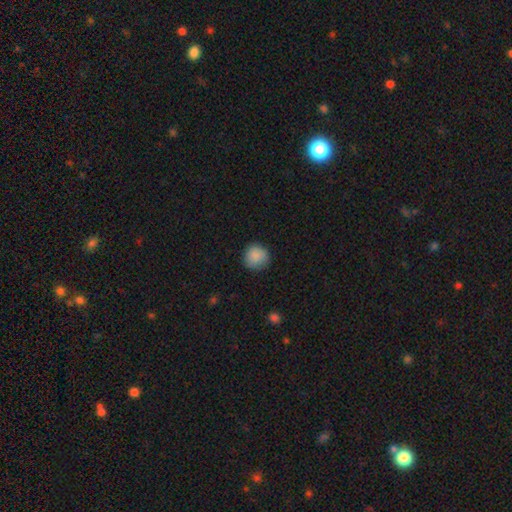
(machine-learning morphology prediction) type=smooth (87%); roundness=round (92%); merging=none (83%).